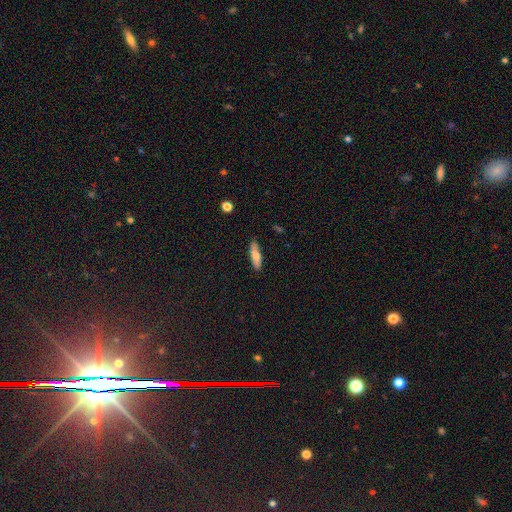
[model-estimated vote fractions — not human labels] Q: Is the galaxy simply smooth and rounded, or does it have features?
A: smooth — 73%.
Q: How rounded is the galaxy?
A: cigar-shaped — 60%.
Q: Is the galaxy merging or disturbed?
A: none — 83%.